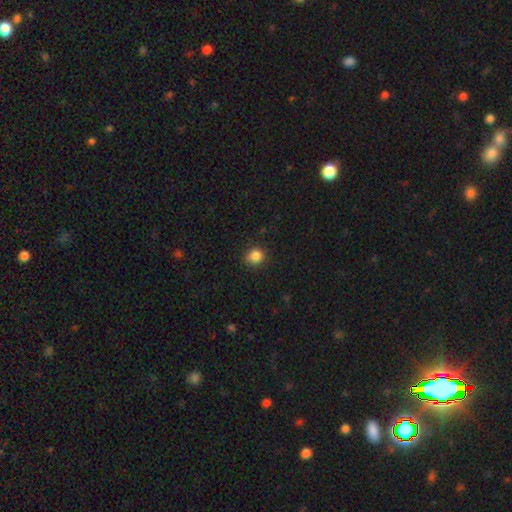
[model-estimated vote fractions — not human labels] This is clearly a smooth galaxy (84%). How rounded: clearly round (84%). Merging: likely none (79%).